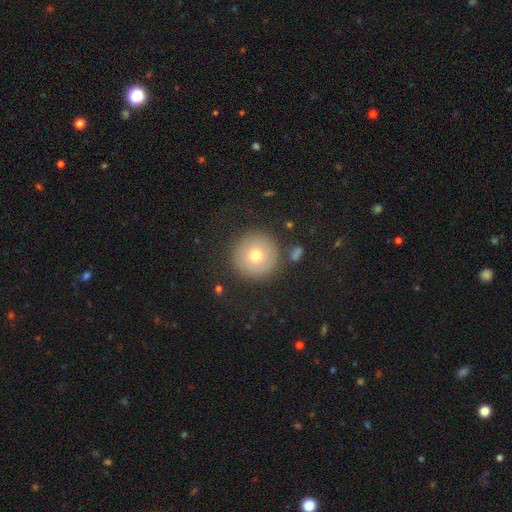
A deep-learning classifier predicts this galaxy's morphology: This is likely a smooth galaxy (70%). How rounded: clearly round (96%). Merging: clearly none (87%).